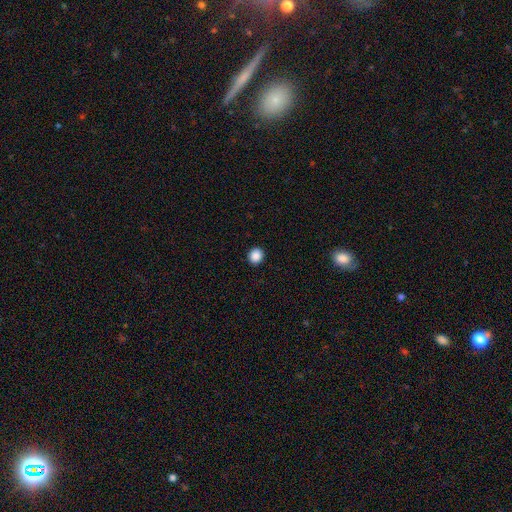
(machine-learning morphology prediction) smooth 88%, star or artifact 9%, featured or disk 2%. Down the decision tree: how rounded — round (85%); merging — none (93%).